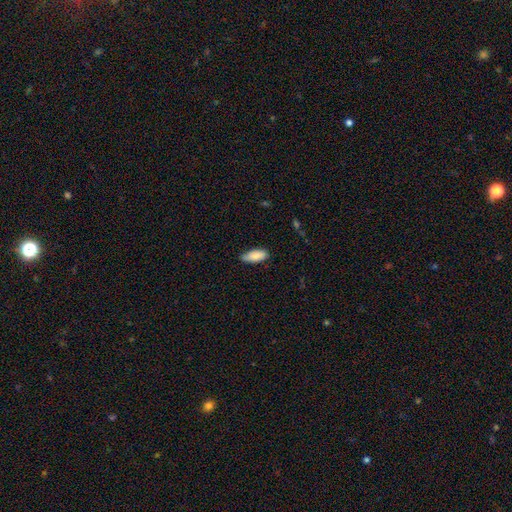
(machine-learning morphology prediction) A smooth galaxy with no disk features (86%) that is in between round and cigar-shaped (84%).

Vote fractions:
- Smooth or featured? smooth: 86% / featured or disk: 8% / star or artifact: 6%
- How rounded? in between: 84% / cigar-shaped: 14% / round: 2%
- Merging? none: 74% / minor disturbance: 22% / major disturbance: 3% / merger: 1%